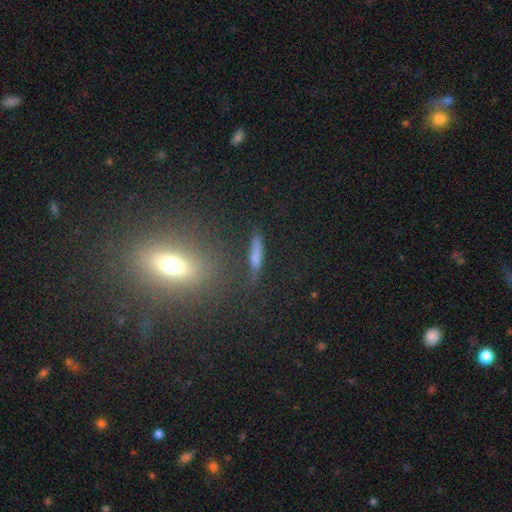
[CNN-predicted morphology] This is possibly a smooth galaxy (53%). How rounded: likely cigar-shaped (80%). Merging: likely none (75%).